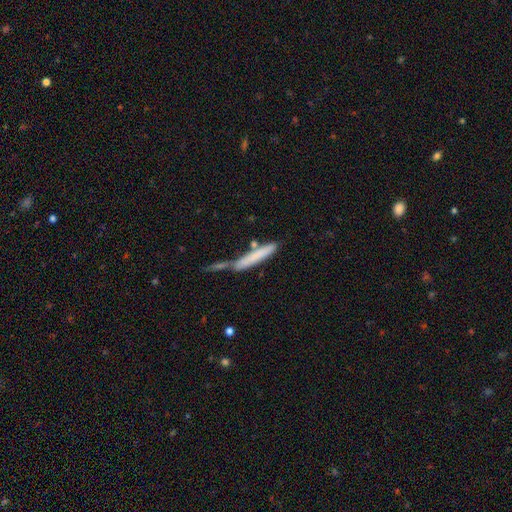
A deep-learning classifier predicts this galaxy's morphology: Q: Smooth or featured?
A: smooth (68%); runner-up: featured or disk (25%)
Q: How rounded?
A: cigar-shaped (93%); runner-up: in between (6%)
Q: Merging?
A: none (45%); runner-up: merger (31%)